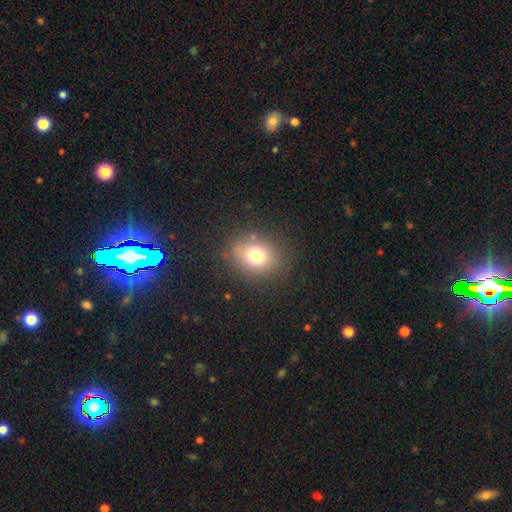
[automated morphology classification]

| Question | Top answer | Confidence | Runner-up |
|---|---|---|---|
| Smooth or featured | smooth | 74% | star or artifact (14%) |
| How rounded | round | 61% | in between (38%) |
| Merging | none | 82% | minor disturbance (11%) |